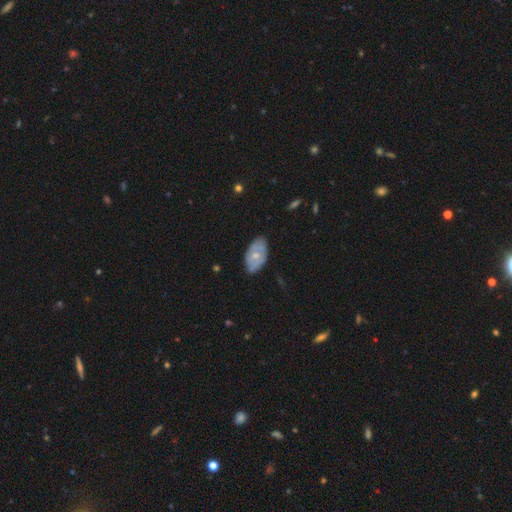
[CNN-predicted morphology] This is possibly a featured or disk galaxy (48%). Merging: likely none (67%).